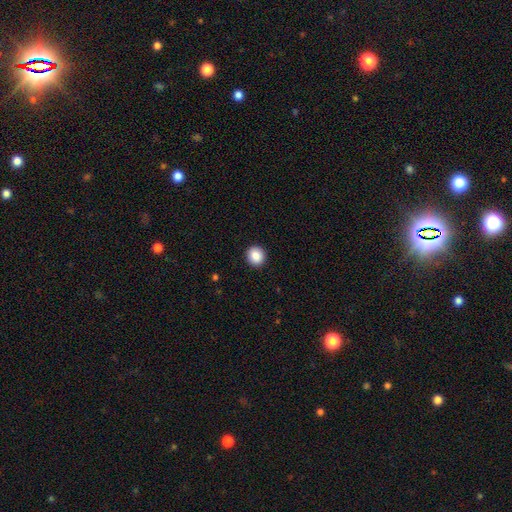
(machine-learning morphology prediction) A smooth galaxy with no disk features (87%) that is round (90%). Merging: none (93%).